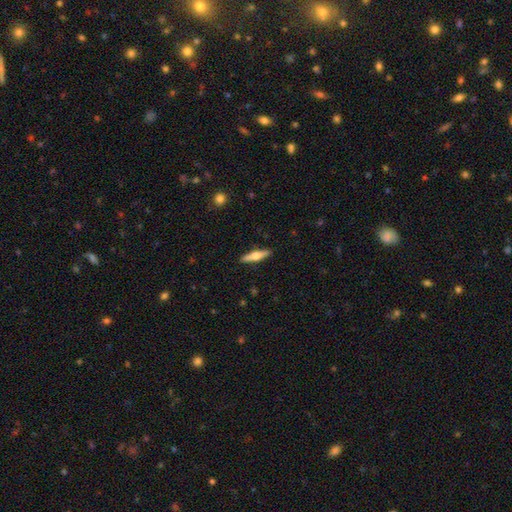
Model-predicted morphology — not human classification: Smooth or featured? featured or disk (54%)
Edge-on disk? yes (96%)
Edge-on bulge? rounded (93%)
Merging? none (91%)